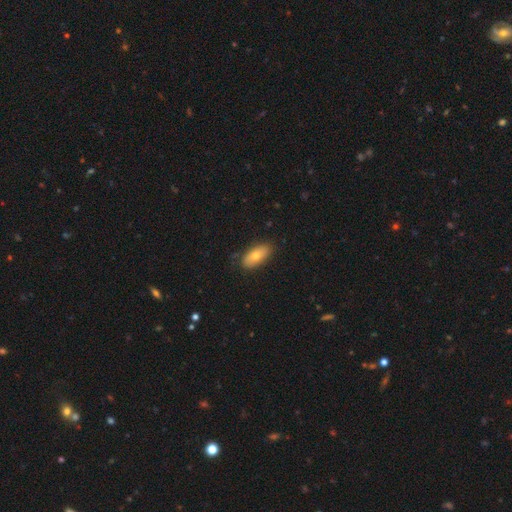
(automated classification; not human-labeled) A smooth galaxy with no disk features (69%) that is in between round and cigar-shaped (86%).

Vote fractions:
- Smooth or featured? smooth: 69% / featured or disk: 24% / star or artifact: 7%
- How rounded? in between: 86% / cigar-shaped: 10% / round: 3%
- Merging? none: 80% / minor disturbance: 16% / major disturbance: 3% / merger: 1%